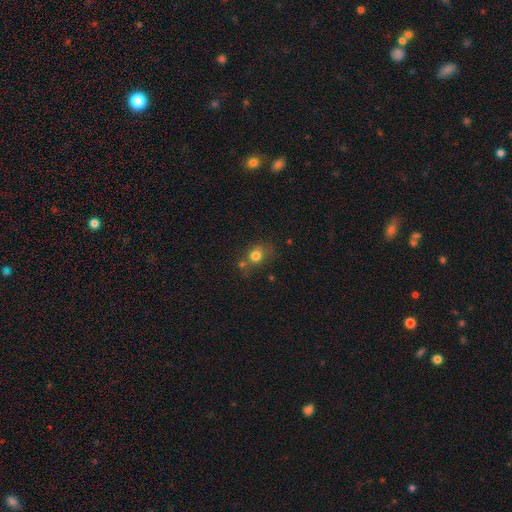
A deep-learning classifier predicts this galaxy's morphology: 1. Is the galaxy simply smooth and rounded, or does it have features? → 76% smooth, 13% star or artifact, 11% featured or disk.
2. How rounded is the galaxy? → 64% round, 34% in between, 1% cigar-shaped.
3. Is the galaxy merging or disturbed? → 51% none, 20% merger, 20% minor disturbance, 10% major disturbance.